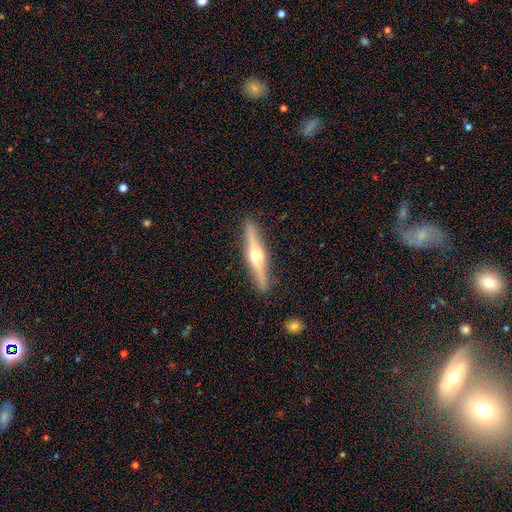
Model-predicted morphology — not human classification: This appears to be a featured or disk galaxy (73%) viewed edge-on (98%) with a rounded central bulge (93%). Merging: none (90%).